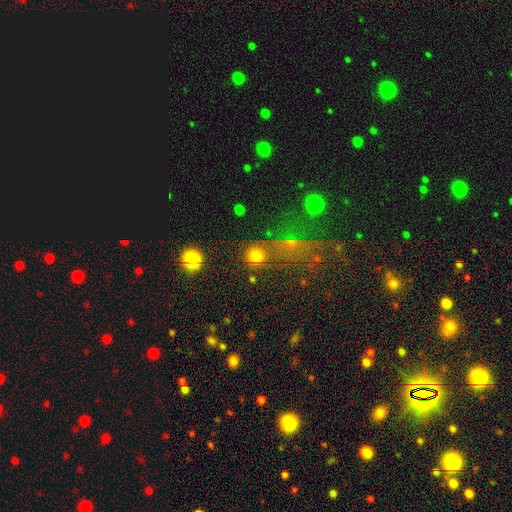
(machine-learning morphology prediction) Smooth or featured: smooth — 74% (star or artifact — 19%)
How rounded: round — 91% (in between — 8%)
Merging: none — 72% (merger — 12%)